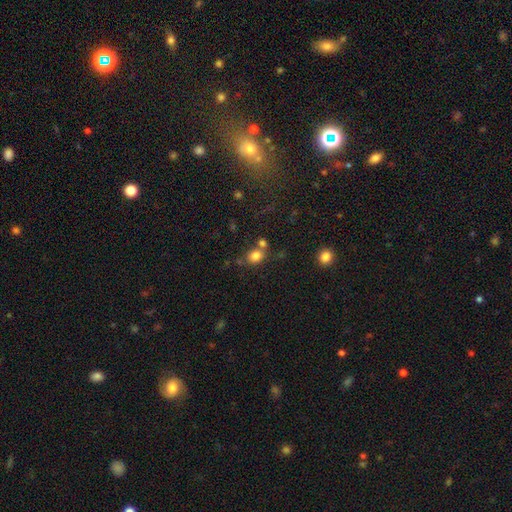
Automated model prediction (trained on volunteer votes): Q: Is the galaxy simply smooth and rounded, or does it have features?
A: smooth — 81%.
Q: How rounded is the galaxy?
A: round — 55%.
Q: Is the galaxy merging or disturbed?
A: none — 58%.